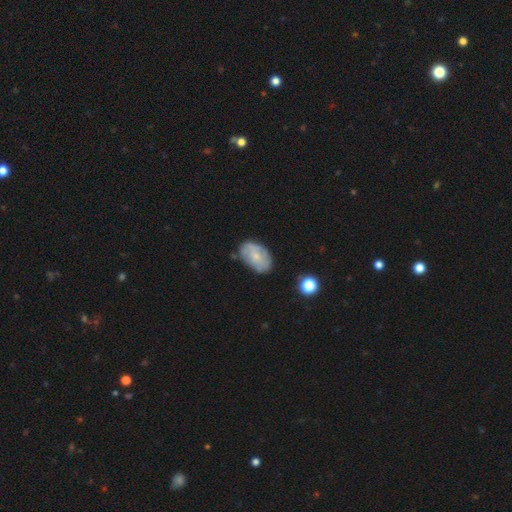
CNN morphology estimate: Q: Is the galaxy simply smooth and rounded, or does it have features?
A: smooth — 53%.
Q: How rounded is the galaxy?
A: in between — 88%.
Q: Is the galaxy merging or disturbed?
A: none — 66%.